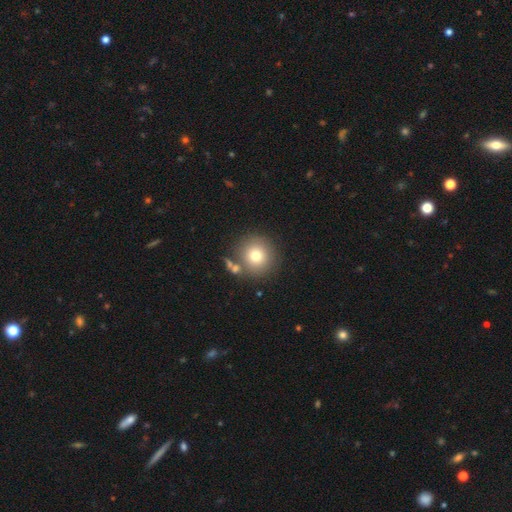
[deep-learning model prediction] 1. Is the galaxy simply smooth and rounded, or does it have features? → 76% smooth, 12% featured or disk, 12% star or artifact.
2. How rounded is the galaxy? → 93% round, 6% in between, 1% cigar-shaped.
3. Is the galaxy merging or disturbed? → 77% none, 11% merger, 9% minor disturbance, 3% major disturbance.